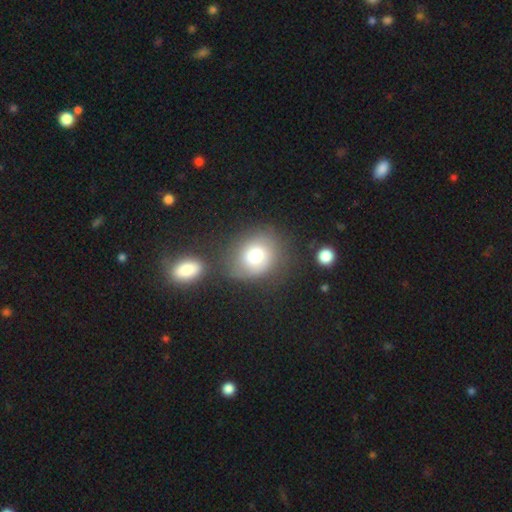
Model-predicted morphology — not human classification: A smooth galaxy with no disk features (74%) that is round (70%). Merging: none (61%).